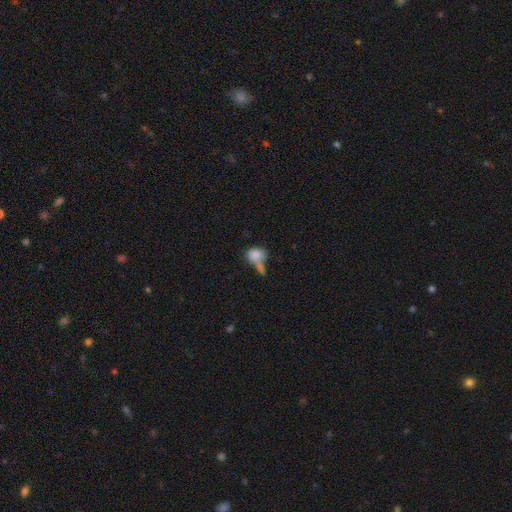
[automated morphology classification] The model was most divided on "merging": merger: 40%, none: 27%, major disturbance: 16%, minor disturbance: 16%. More confident: smooth or featured — smooth (78%); how rounded — in between (60%).